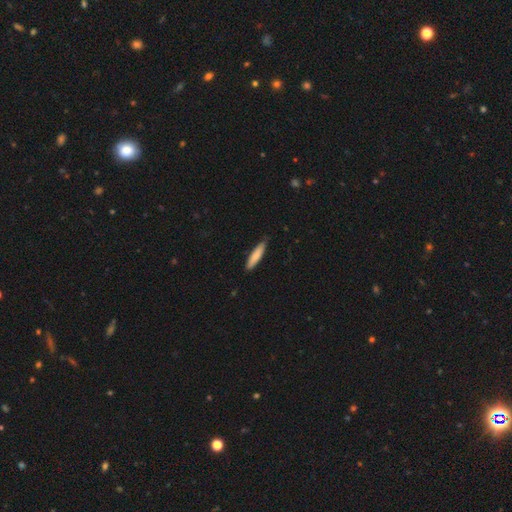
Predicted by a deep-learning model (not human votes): Morphology: type=smooth (82%); roundness=cigar-shaped (82%); merging=none (82%).